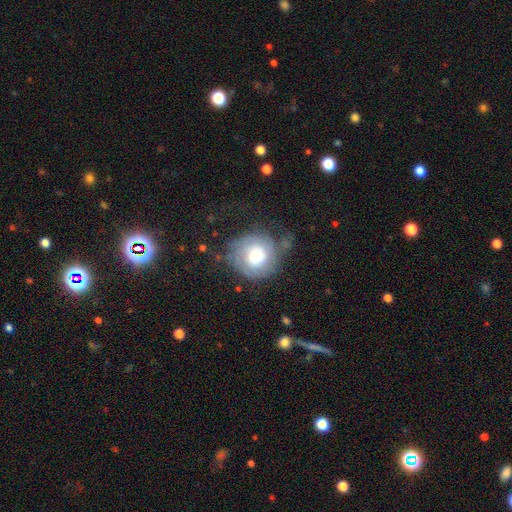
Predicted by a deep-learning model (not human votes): Q: Smooth or featured?
A: featured or disk (49%); runner-up: smooth (42%)
Q: Merging?
A: none (51%); runner-up: minor disturbance (26%)